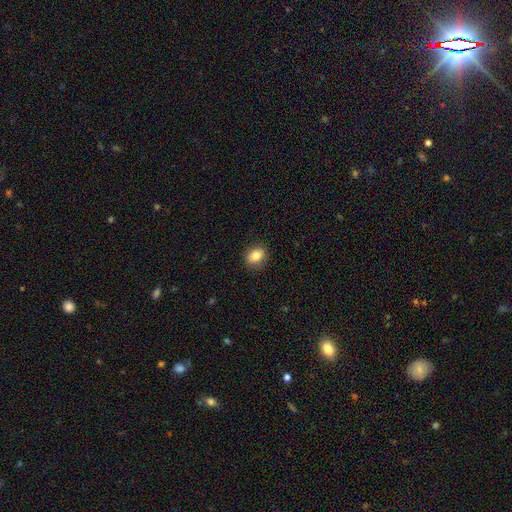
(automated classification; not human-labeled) This appears to be a smooth galaxy with no disk features (83%) that is in between round and cigar-shaped (58%). Merging: none (87%).